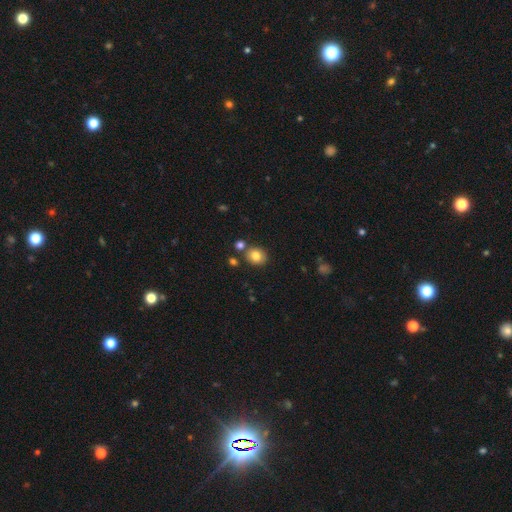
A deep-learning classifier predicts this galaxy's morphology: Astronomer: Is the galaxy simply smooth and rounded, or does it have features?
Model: smooth — 82%.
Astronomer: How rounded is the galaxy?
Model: round — 73%.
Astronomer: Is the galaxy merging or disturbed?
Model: none — 77%.